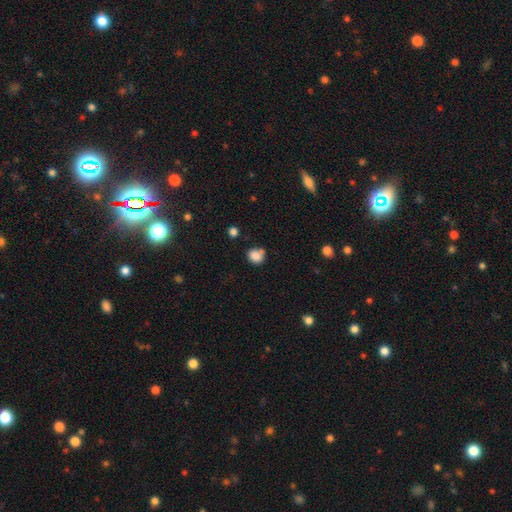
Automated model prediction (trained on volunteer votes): This appears to be a smooth galaxy with no disk features (84%) that is round (67%). Merging: none (58%).